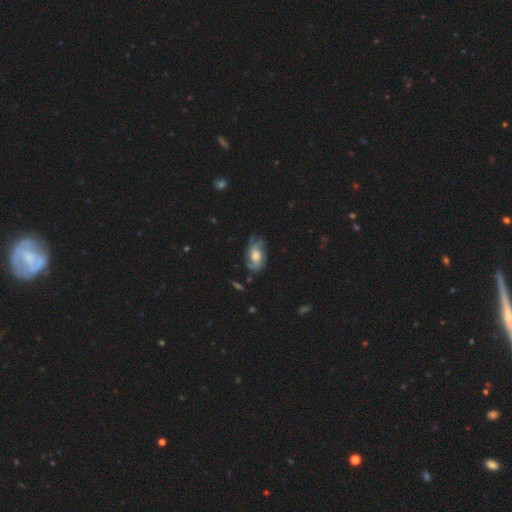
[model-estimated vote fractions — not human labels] Smooth or featured?
  - featured or disk: 77% *
  - smooth: 16%
  - star or artifact: 6%
Edge-on disk?
  - no: 97% *
  - yes: 3%
Bar?
  - no: 65% *
  - weak: 29%
  - strong: 5%
Spiral arms?
  - yes: 94% *
  - no: 6%
Spiral winding?
  - medium: 44% *
  - tight: 35%
  - loose: 21%
Spiral arm count?
  - 2: 38% *
  - 3: 27%
  - can't tell: 19%
  - 4: 6%
  - 1: 5%
  - more than 4: 4%
Bulge size?
  - moderate: 46% *
  - large: 36%
  - small: 10%
  - none: 5%
  - dominant: 2%
Merging?
  - none: 68% *
  - minor disturbance: 21%
  - major disturbance: 10%
  - merger: 2%